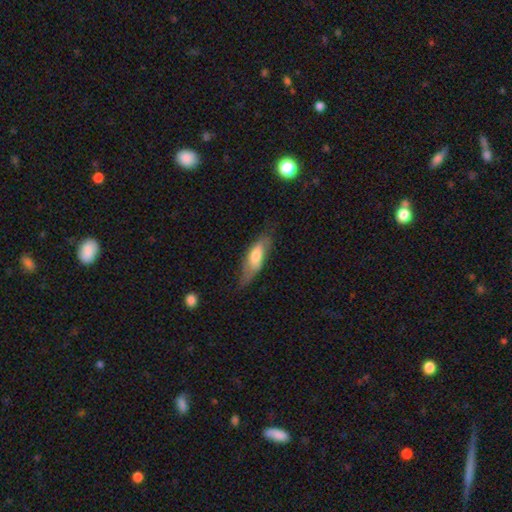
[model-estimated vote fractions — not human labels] Smooth or featured: smooth — 61% (featured or disk — 33%)
How rounded: in between — 63% (cigar-shaped — 34%)
Merging: none — 48% (minor disturbance — 34%)